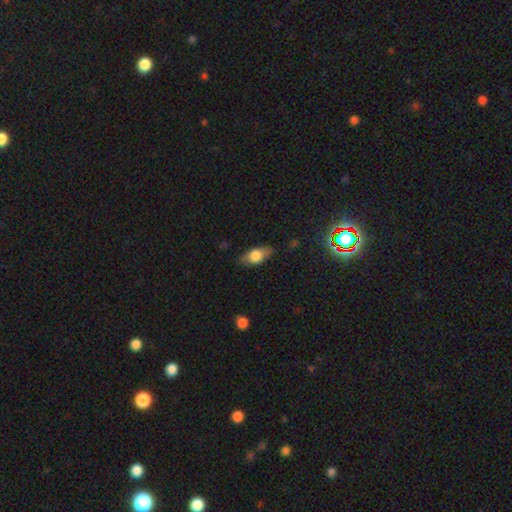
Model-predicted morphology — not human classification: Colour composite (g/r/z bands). It shows a smooth galaxy with no disk features (66%) that is in between round and cigar-shaped (82%). Merging: none (78%).